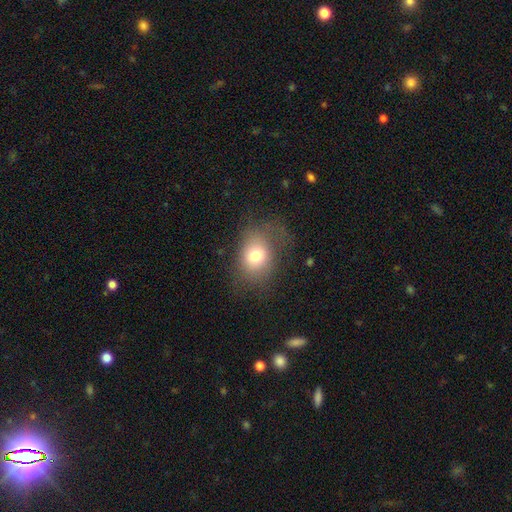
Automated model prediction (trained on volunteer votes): Morphology: type=smooth (75%); roundness=in between (56%); merging=none (59%).